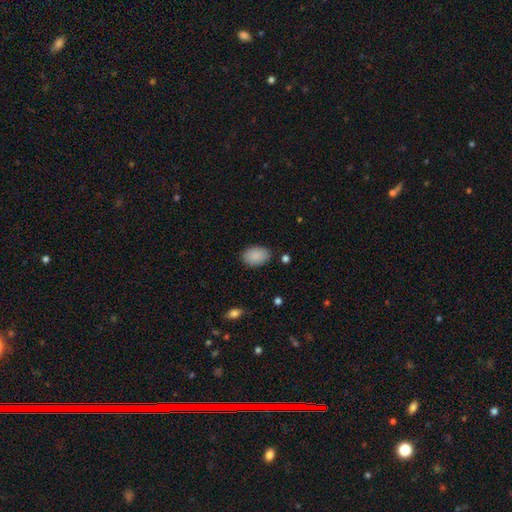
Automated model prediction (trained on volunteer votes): A smooth galaxy with no disk features (89%) that is in between round and cigar-shaped (85%).

Vote fractions:
- Smooth or featured? smooth: 89% / star or artifact: 7% / featured or disk: 4%
- How rounded? in between: 85% / round: 14% / cigar-shaped: 1%
- Merging? none: 84% / minor disturbance: 12% / major disturbance: 3% / merger: 2%